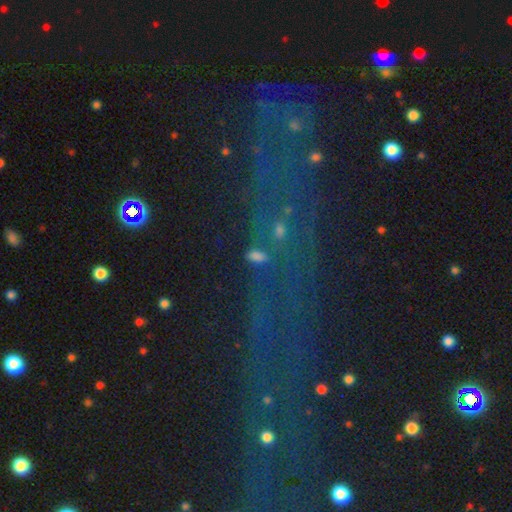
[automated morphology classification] Smooth or featured?
  - smooth: 56% *
  - star or artifact: 29%
  - featured or disk: 16%
How rounded?
  - in between: 77% *
  - round: 14%
  - cigar-shaped: 10%
Merging?
  - none: 61% *
  - minor disturbance: 16%
  - merger: 12%
  - major disturbance: 10%